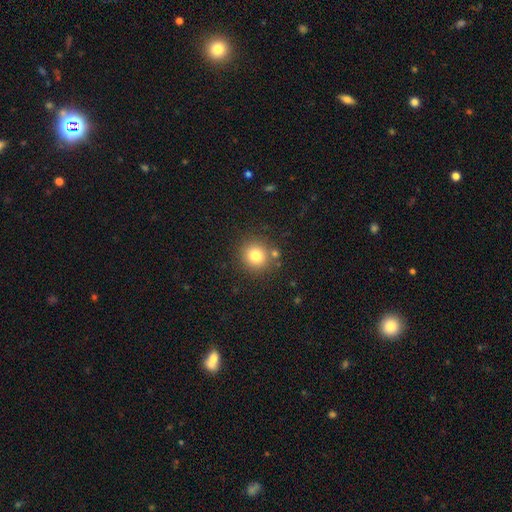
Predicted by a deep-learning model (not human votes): smooth_or_featured: smooth (p=0.79) [alt: star or artifact p=0.13]
how_rounded: round (p=0.90) [alt: in between p=0.09]
merging: none (p=0.82) [alt: minor disturbance p=0.09]